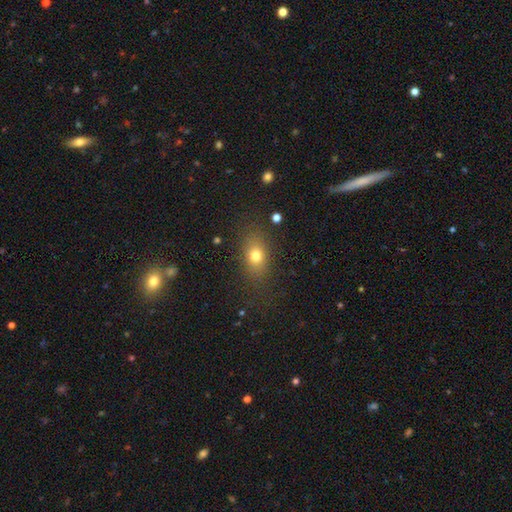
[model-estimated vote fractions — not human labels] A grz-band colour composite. It shows a smooth galaxy with no disk features (74%) that is in between round and cigar-shaped (66%). Merging: none (79%).